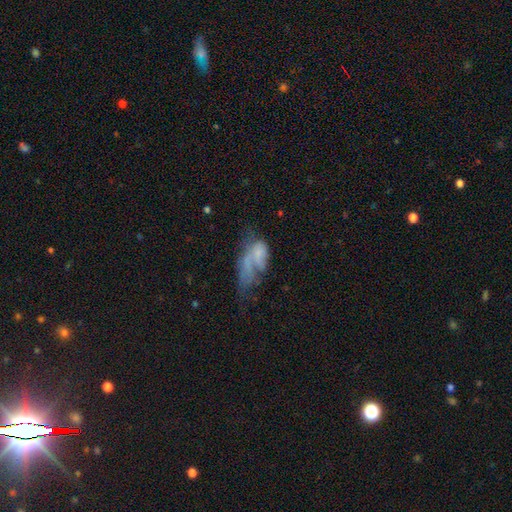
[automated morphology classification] A smooth galaxy with no disk features (46%). Merging: major disturbance (47%).